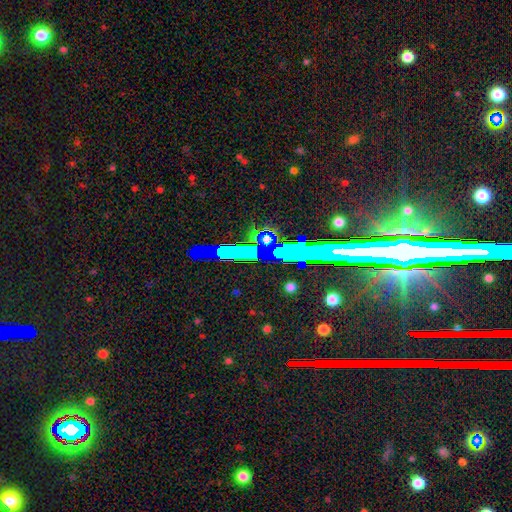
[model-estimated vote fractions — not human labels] star or artifact 61%, featured or disk 27%, smooth 12%.